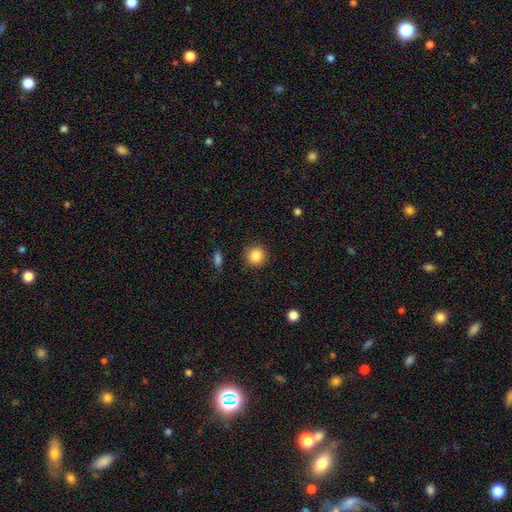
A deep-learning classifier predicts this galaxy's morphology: A smooth galaxy with no disk features (87%) that is round (93%). Merging: none (90%).